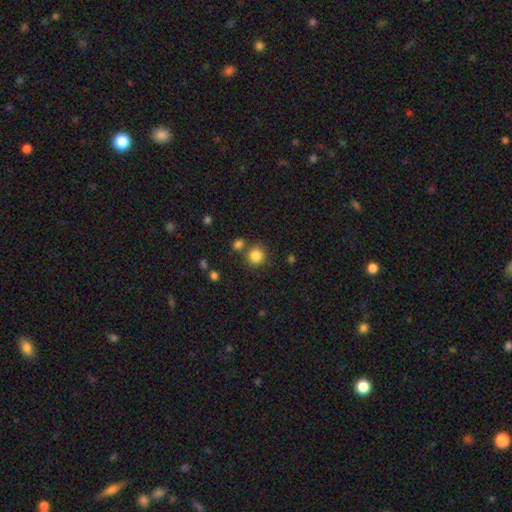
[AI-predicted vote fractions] This is clearly a smooth galaxy (85%). How rounded: clearly round (91%). Merging: likely none (77%).